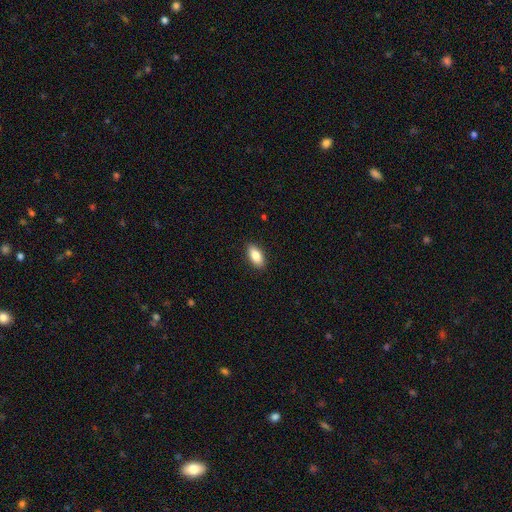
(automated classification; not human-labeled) Smooth or featured: smooth — 84% (featured or disk — 9%)
How rounded: in between — 89% (cigar-shaped — 7%)
Merging: none — 89% (minor disturbance — 8%)